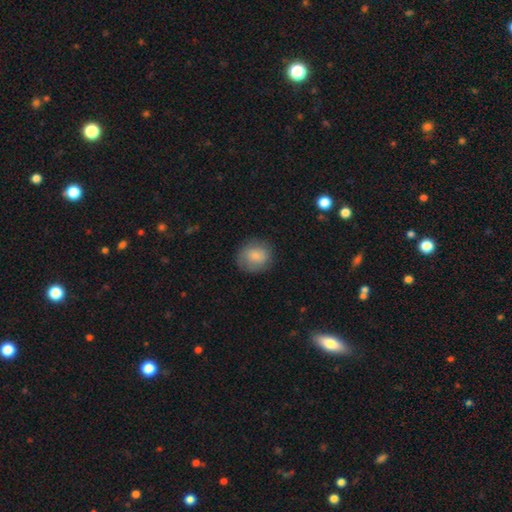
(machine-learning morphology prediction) Smooth or featured? smooth (83%)
How rounded? round (78%)
Merging? none (80%)